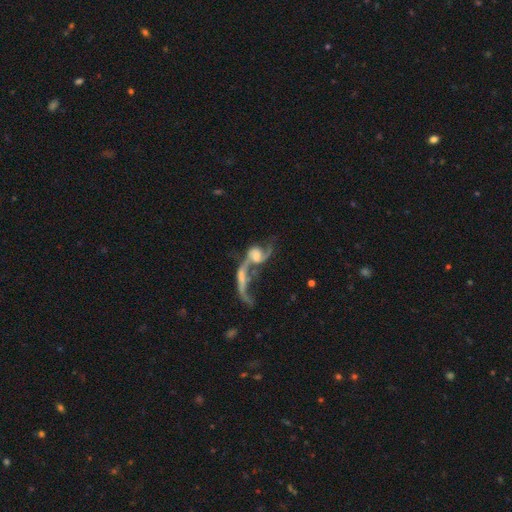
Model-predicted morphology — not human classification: A featured or disk galaxy (80%) with no bar (60%), 2 (75%) loose (75%) spiral arms (87%) and a moderate central bulge (41%). Merging: merger (62%).